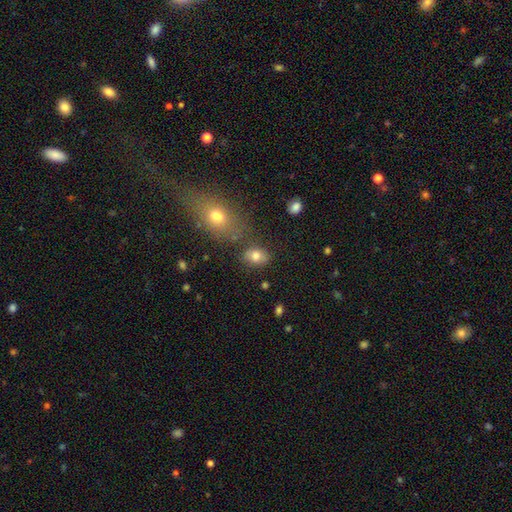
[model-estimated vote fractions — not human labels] smooth 80%, star or artifact 10%, featured or disk 10%. Down the decision tree: how rounded — in between (70%); merging — none (68%).